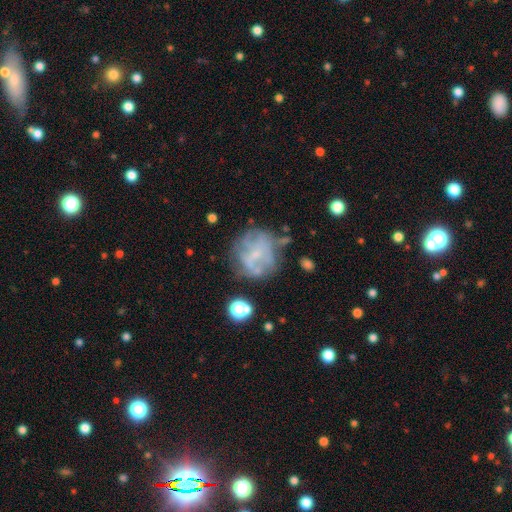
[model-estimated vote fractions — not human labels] This is possibly a featured or disk galaxy (57%). It is clearly not viewed edge-on (97%). Bar: likely no (67%). Spiral arm pattern: likely no (62%). Central bulge: possibly small (53%). Merging: possibly none (54%).